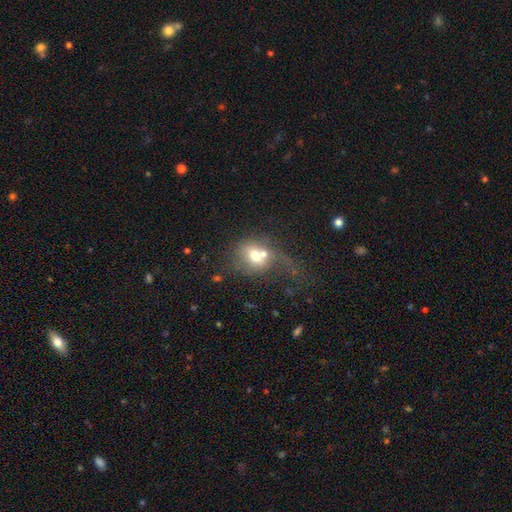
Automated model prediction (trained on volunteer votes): Smooth or featured? Predicted: smooth (p=0.62). How rounded? Predicted: round (p=0.62). Merging? Predicted: merger (p=0.47).